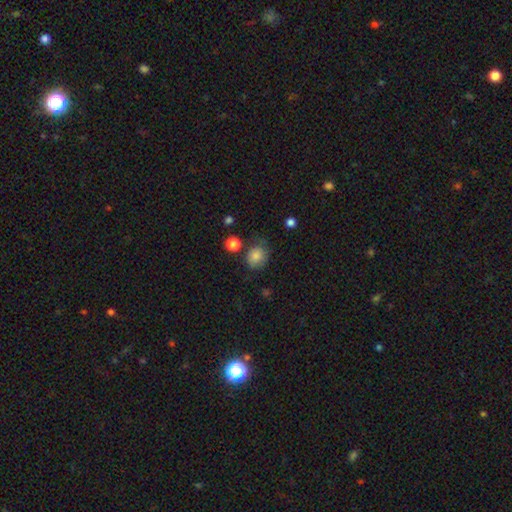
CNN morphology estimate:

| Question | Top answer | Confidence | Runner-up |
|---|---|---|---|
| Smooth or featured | smooth | 83% | star or artifact (10%) |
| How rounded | round | 60% | in between (39%) |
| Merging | none | 65% | minor disturbance (23%) |